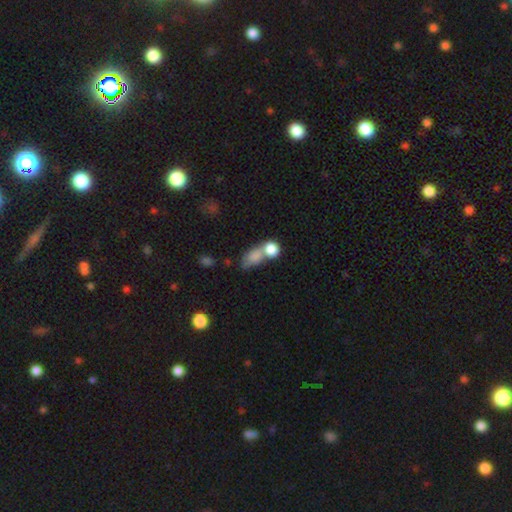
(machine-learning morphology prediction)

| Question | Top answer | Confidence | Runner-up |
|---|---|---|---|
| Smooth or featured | smooth | 77% | featured or disk (14%) |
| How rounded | in between | 61% | round (32%) |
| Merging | merger | 58% | none (24%) |